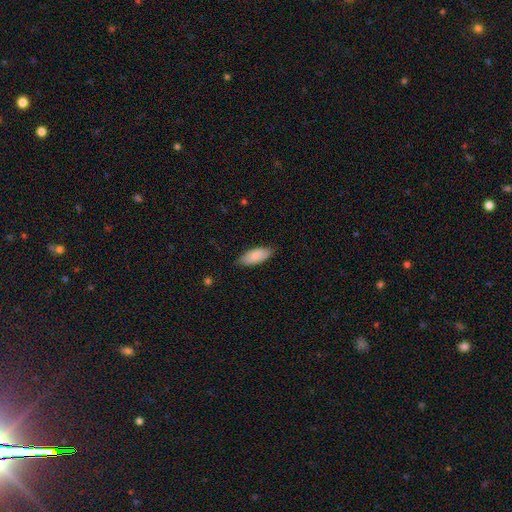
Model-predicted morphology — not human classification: A smooth galaxy with no disk features (87%) that is in between round and cigar-shaped (81%).

Vote fractions:
- Smooth or featured? smooth: 87% / featured or disk: 8% / star or artifact: 6%
- How rounded? in between: 81% / cigar-shaped: 17% / round: 2%
- Merging? none: 81% / minor disturbance: 15% / major disturbance: 2% / merger: 1%